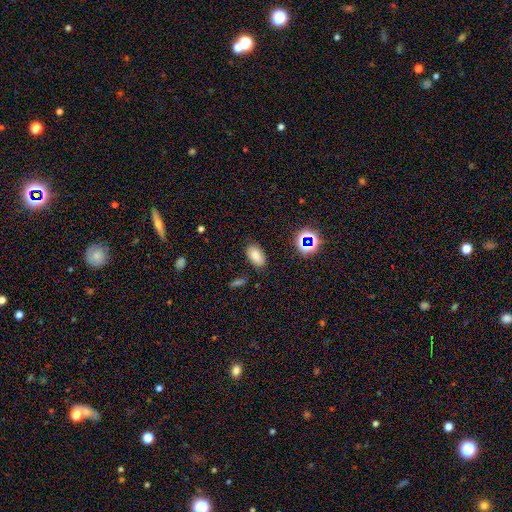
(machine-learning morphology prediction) Smooth or featured? smooth (77%)
How rounded? in between (92%)
Merging? none (83%)